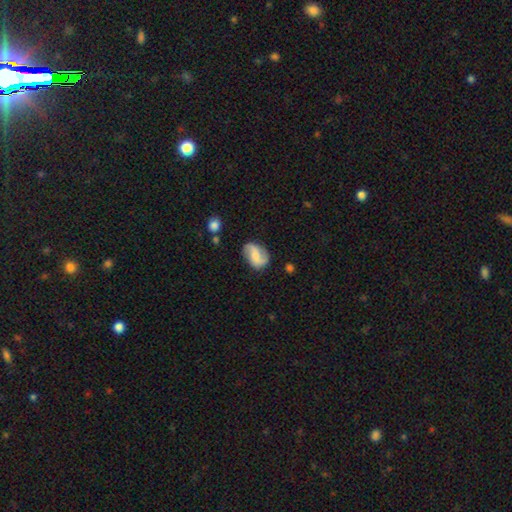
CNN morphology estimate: Smooth or featured? Predicted: featured or disk (p=0.67). Edge-on disk? Predicted: no (p=0.97). Bar? Predicted: weak (p=0.42, tied with no). Spiral arms? Predicted: yes (p=0.93). Spiral winding? Predicted: loose (p=0.56). Spiral arm count? Predicted: 2 (p=0.90). Bulge size? Predicted: moderate (p=0.37). Merging? Predicted: none (p=0.76).